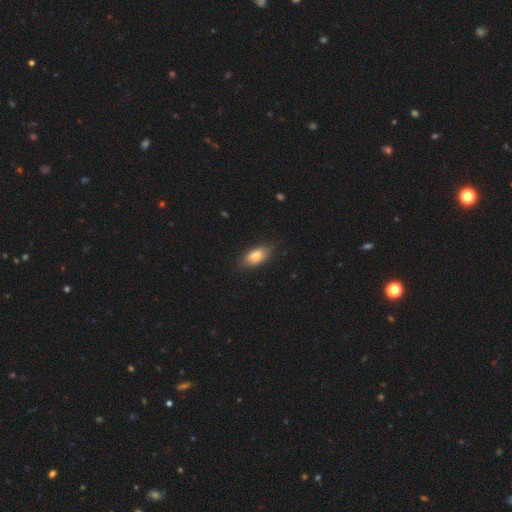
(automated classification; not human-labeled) Smooth or featured? Predicted: smooth (p=0.81). How rounded? Predicted: in between (p=0.87). Merging? Predicted: none (p=0.80).